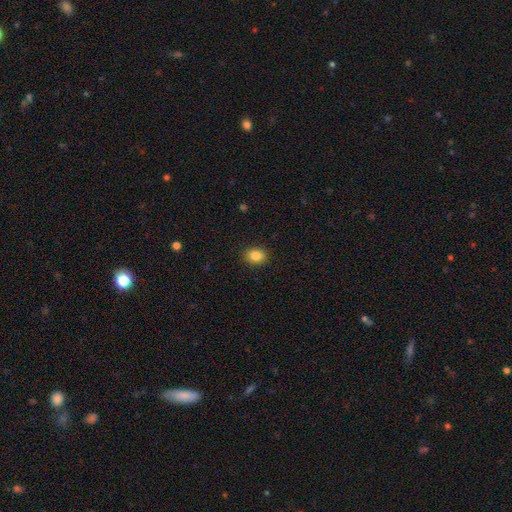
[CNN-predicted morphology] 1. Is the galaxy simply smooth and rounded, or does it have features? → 85% smooth, 10% star or artifact, 5% featured or disk.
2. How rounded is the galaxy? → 54% in between, 45% round, 1% cigar-shaped.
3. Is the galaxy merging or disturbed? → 89% none, 8% minor disturbance, 2% major disturbance, 1% merger.